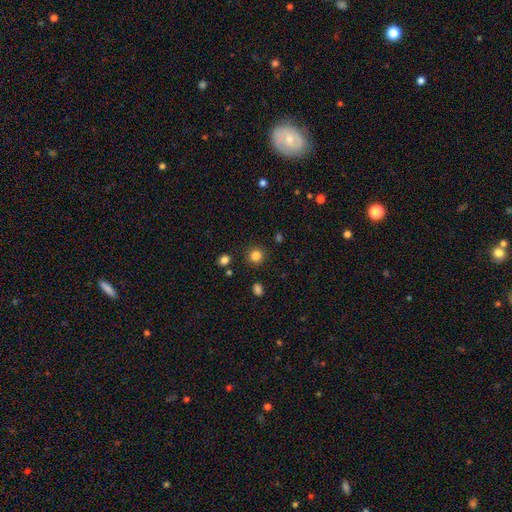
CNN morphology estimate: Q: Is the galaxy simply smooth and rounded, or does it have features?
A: smooth — 84%.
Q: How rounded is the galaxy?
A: round — 91%.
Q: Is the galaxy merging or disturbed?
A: none — 89%.